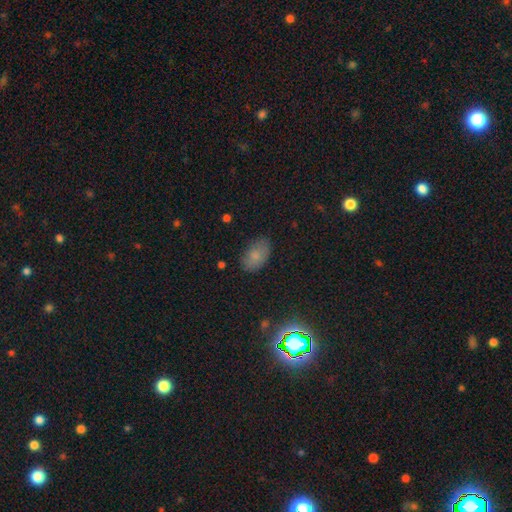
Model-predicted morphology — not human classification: Smooth or featured: smooth — 77% (star or artifact — 12%)
How rounded: in between — 90% (round — 8%)
Merging: none — 77% (minor disturbance — 17%)